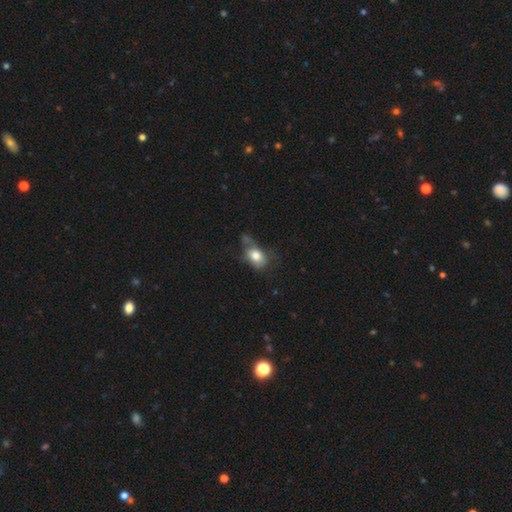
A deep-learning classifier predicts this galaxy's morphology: A smooth galaxy with no disk features (76%) that is in between round and cigar-shaped (73%). Merging: none (31%).